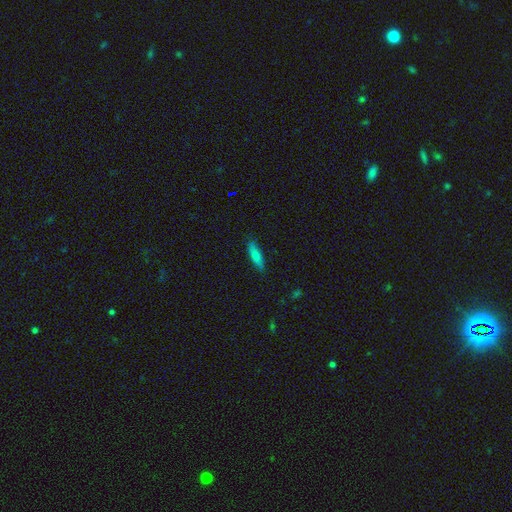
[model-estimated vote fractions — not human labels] Morphology: type=smooth (70%); roundness=cigar-shaped (73%); merging=none (86%).